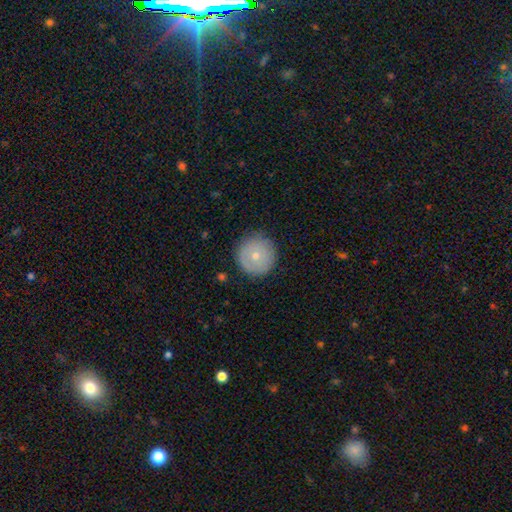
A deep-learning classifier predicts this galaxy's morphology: smooth_or_featured: smooth (p=0.67) [alt: featured or disk p=0.25]
how_rounded: round (p=0.96) [alt: in between p=0.03]
merging: none (p=0.87) [alt: minor disturbance p=0.10]